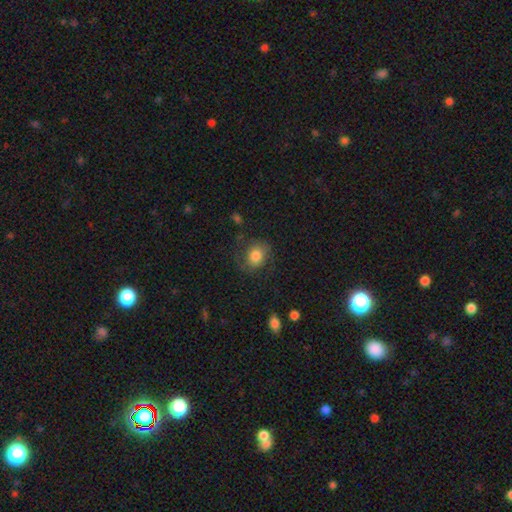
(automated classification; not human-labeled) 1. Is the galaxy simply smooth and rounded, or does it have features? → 66% smooth, 25% featured or disk, 9% star or artifact.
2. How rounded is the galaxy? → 61% round, 38% in between, 1% cigar-shaped.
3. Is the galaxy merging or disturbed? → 63% none, 20% minor disturbance, 15% major disturbance, 2% merger.